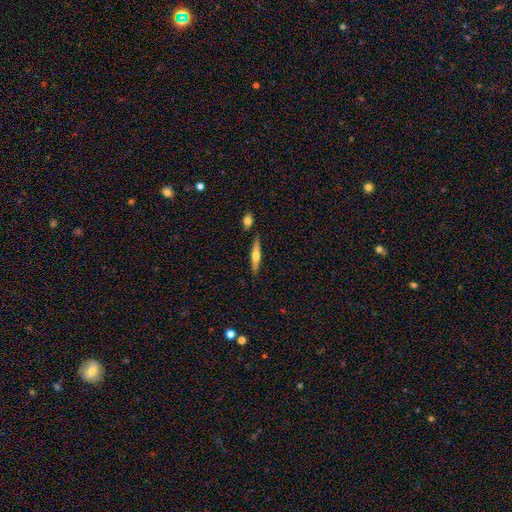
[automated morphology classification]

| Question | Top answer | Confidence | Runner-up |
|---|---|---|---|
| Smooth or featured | featured or disk | 56% | smooth (38%) |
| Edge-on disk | yes | 96% | no (4%) |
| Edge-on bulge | rounded | 91% | none (5%) |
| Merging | none | 84% | minor disturbance (9%) |